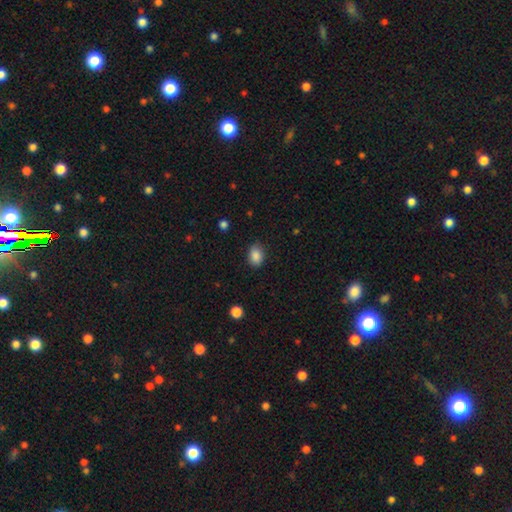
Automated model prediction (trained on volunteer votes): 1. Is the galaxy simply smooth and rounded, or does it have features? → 87% smooth, 9% star or artifact, 4% featured or disk.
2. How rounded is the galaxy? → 73% in between, 26% round, 1% cigar-shaped.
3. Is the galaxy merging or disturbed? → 82% none, 14% minor disturbance, 3% major disturbance, 1% merger.